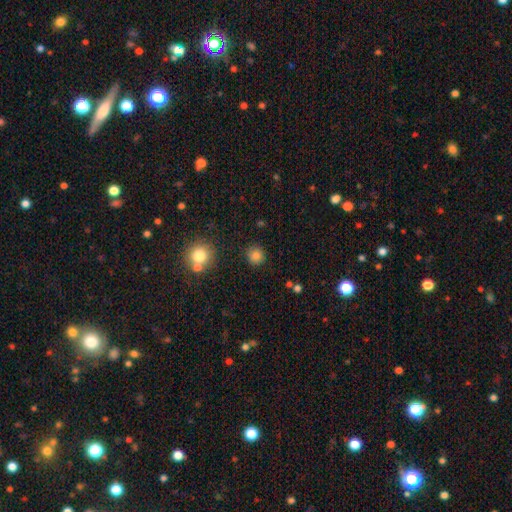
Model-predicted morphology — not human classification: A smooth galaxy with no disk features (82%) that is round (91%). Merging: none (87%).